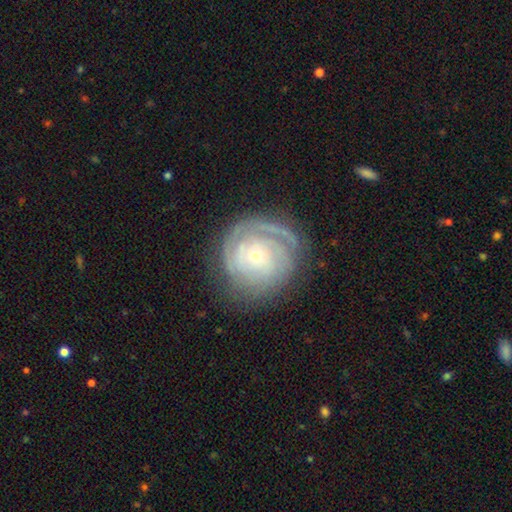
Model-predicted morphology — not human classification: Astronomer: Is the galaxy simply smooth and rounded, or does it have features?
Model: featured or disk — 78%.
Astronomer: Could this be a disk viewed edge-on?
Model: no — 97%.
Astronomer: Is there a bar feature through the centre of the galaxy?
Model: no — 79%.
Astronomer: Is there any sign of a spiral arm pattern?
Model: yes — 90%.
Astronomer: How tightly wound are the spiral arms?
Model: tight — 74%.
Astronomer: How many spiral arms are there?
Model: can't tell — 36% (runner-up: 2, 19%).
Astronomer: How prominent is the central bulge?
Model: small — 75%.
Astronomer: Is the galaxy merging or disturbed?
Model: none — 74%.